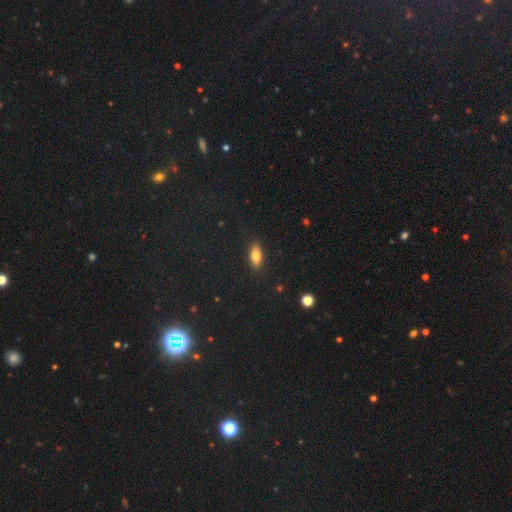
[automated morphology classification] This is likely a smooth galaxy (75%). How rounded: likely in between (80%). Merging: clearly none (88%).